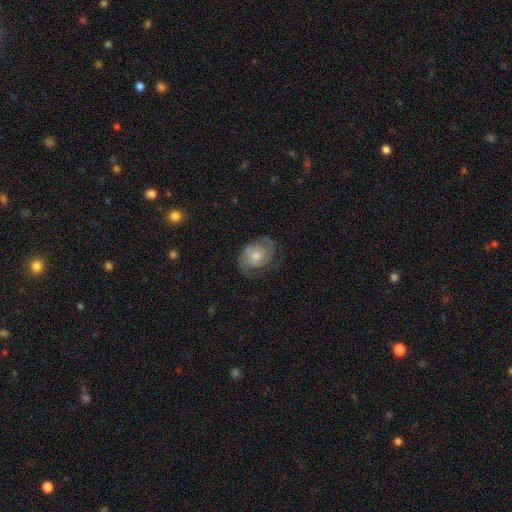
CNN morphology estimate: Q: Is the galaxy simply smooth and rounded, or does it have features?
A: featured or disk — 78%.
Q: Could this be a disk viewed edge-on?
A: no — 97%.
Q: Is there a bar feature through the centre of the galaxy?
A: no — 63%.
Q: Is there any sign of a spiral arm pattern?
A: yes — 93%.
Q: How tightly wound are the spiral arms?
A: tight — 51%.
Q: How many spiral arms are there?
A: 2 — 68%.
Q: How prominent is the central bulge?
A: moderate — 62%.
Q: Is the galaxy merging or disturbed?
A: none — 72%.